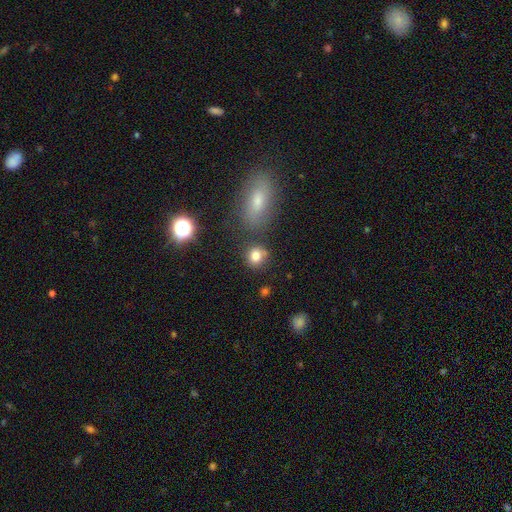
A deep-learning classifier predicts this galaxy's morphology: This is likely a smooth galaxy (79%). How rounded: likely round (74%). Merging: likely none (69%).